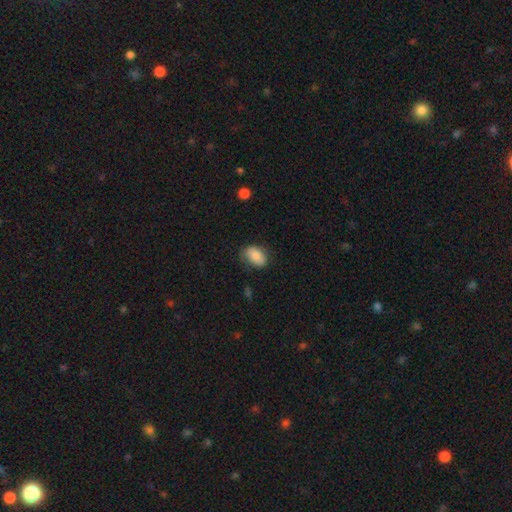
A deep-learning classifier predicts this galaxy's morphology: smooth 85%, featured or disk 8%, star or artifact 7%. Down the decision tree: how rounded — in between (89%); merging — none (73%).